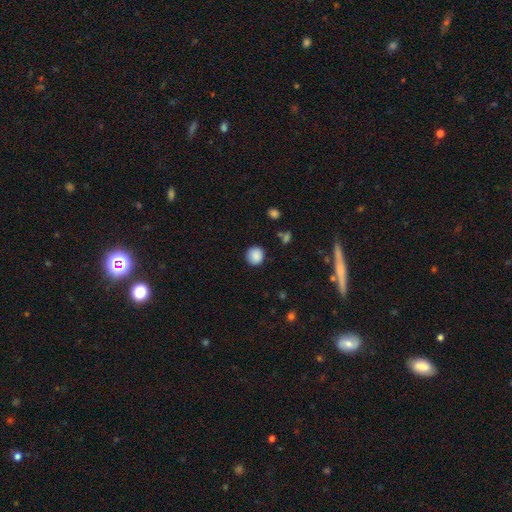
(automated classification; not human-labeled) Overall: smooth (87%). How rounded: round (92%). Merging: none (89%).